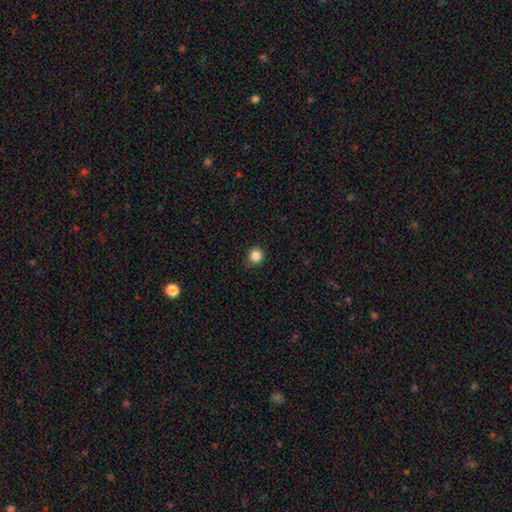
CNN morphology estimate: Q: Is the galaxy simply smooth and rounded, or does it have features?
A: smooth — 85%.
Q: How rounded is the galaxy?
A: round — 91%.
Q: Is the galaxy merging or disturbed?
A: none — 88%.